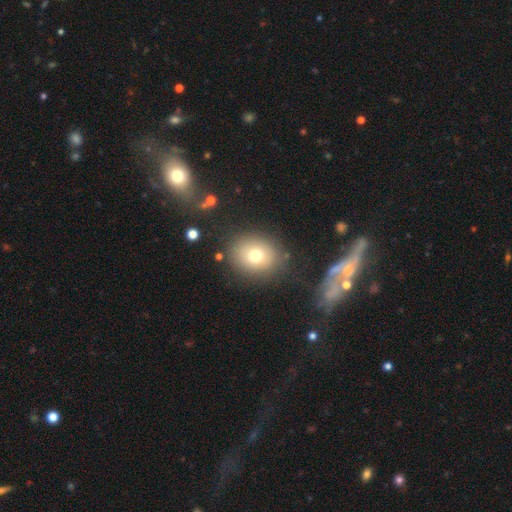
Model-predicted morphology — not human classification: Smooth or featured?
  - smooth: 73% *
  - star or artifact: 14%
  - featured or disk: 14%
How rounded?
  - round: 69% *
  - in between: 30%
  - cigar-shaped: 1%
Merging?
  - none: 82% *
  - minor disturbance: 10%
  - major disturbance: 5%
  - merger: 3%